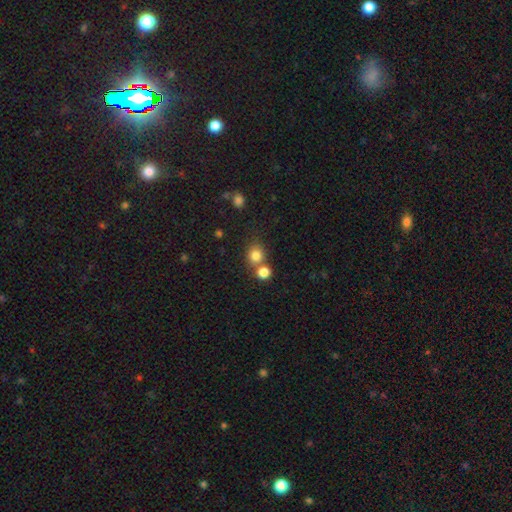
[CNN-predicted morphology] A smooth galaxy with no disk features (81%) that is round (81%). Merging: none (58%).